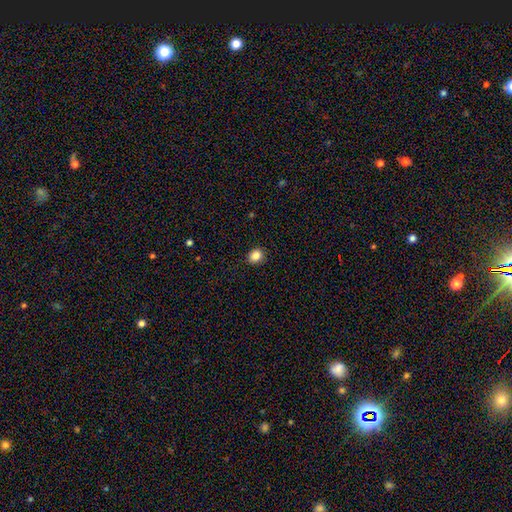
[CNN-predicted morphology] smooth-or-featured: smooth: 84% | star or artifact: 11% | featured or disk: 5%
  how-rounded: round: 75% | in between: 25% | cigar-shaped: 1%
  merging: none: 91% | minor disturbance: 7% | major disturbance: 2% | merger: 1%